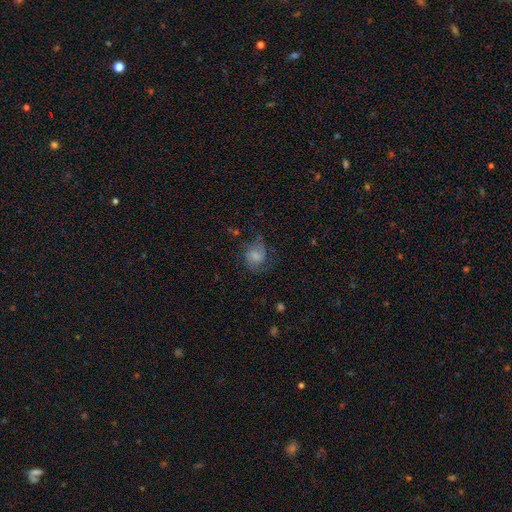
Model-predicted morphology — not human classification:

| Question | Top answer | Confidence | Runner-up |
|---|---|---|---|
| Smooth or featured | featured or disk | 55% | smooth (35%) |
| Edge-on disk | no | 98% | yes (2%) |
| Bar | no | 49% | weak (43%) |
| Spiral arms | yes | 89% | no (11%) |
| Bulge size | moderate | 28% | tied: none (28%) |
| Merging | none | 61% | minor disturbance (21%) |